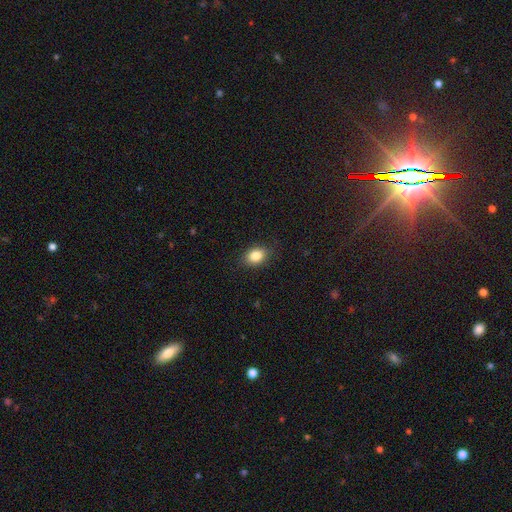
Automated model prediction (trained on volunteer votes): Smooth or featured? smooth (84%)
How rounded? in between (73%)
Merging? none (86%)